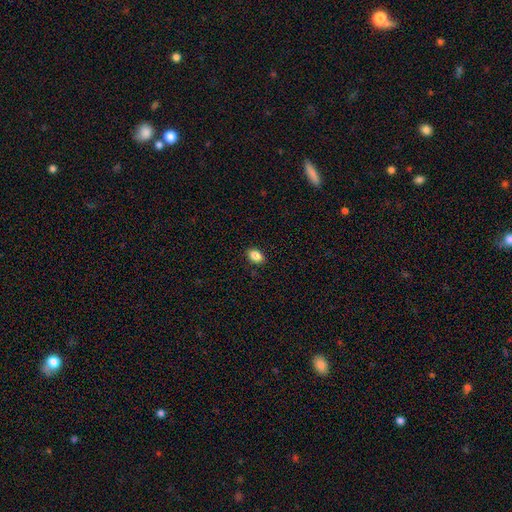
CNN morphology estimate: The model was most divided on "how rounded": in between: 84%, round: 15%, cigar-shaped: 1%. More confident: merging — none (89%); smooth or featured — smooth (87%).